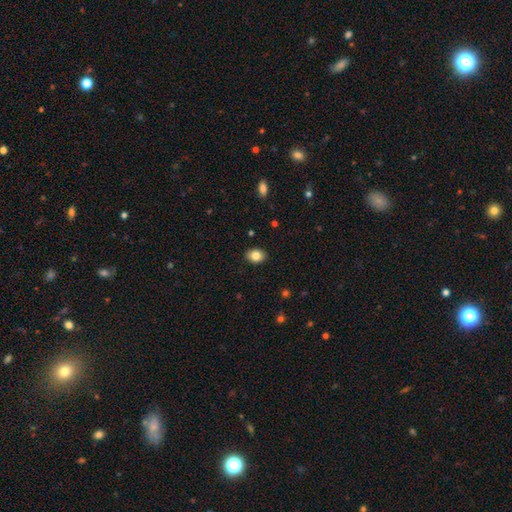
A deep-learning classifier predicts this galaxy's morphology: Smooth or featured: smooth — 84% (star or artifact — 9%)
How rounded: in between — 74% (round — 25%)
Merging: none — 89% (minor disturbance — 8%)